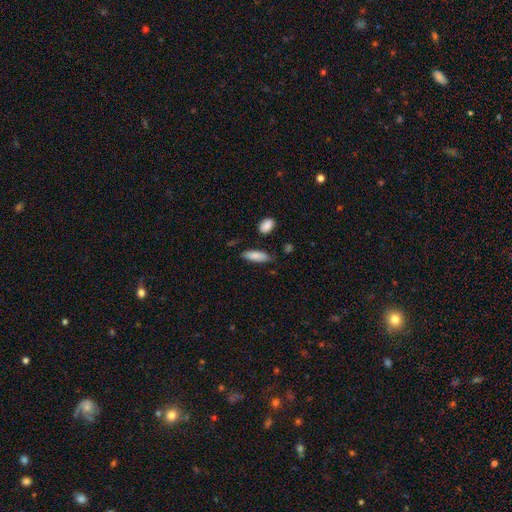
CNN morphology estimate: A smooth galaxy with no disk features (84%) that is in between round and cigar-shaped (64%). Merging: none (74%).